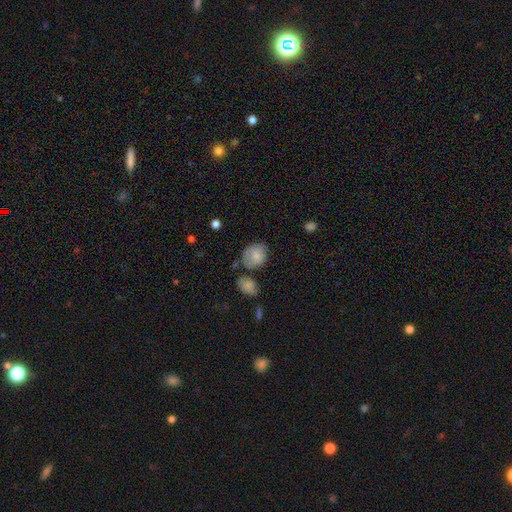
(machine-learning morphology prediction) Q: Smooth or featured?
A: smooth (79%); runner-up: featured or disk (13%)
Q: How rounded?
A: round (54%); runner-up: in between (45%)
Q: Merging?
A: none (58%); runner-up: minor disturbance (25%)